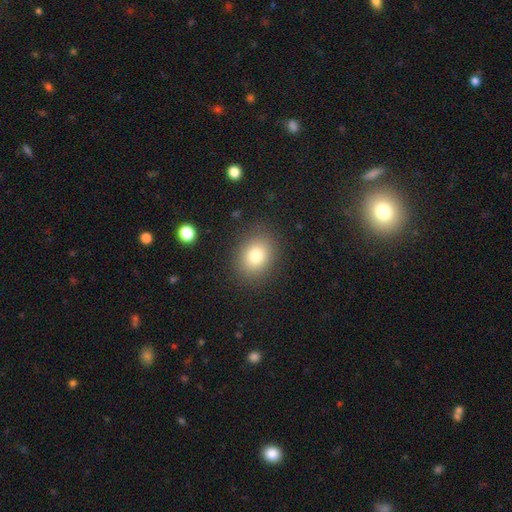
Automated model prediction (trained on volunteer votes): smooth-or-featured: smooth: 79% | star or artifact: 11% | featured or disk: 9%
  how-rounded: round: 51% | in between: 48% | cigar-shaped: 1%
  merging: none: 86% | minor disturbance: 9% | major disturbance: 4% | merger: 1%